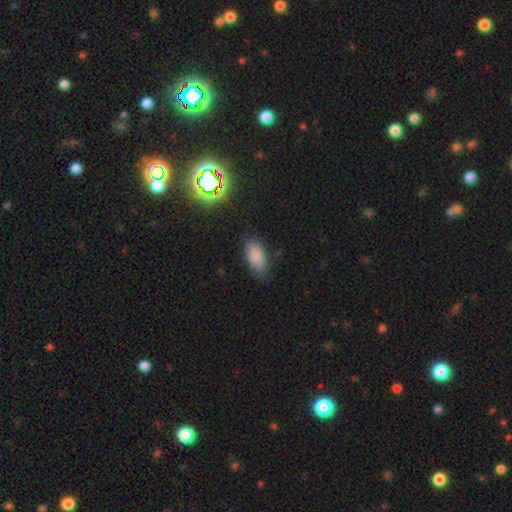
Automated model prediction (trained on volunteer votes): Overall: smooth (84%). How rounded: in between (89%). Merging: none (74%).